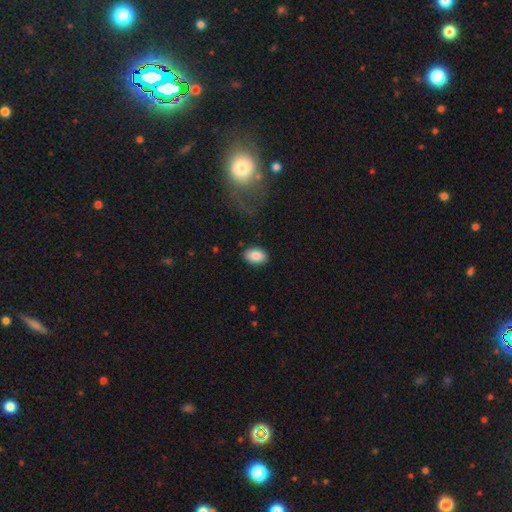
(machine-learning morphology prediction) This appears to be a smooth galaxy with no disk features (86%) that is in between round and cigar-shaped (89%). Merging: none (86%).